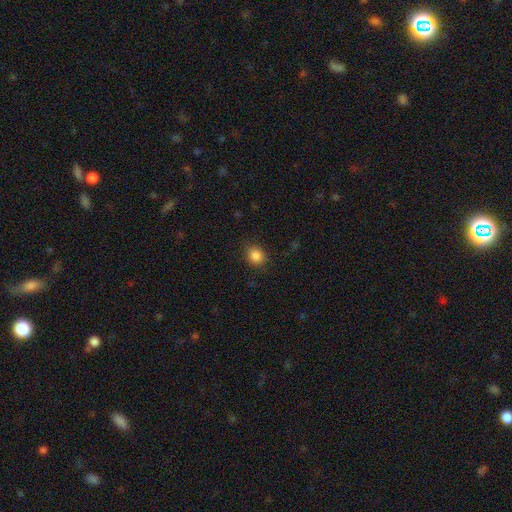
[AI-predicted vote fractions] Smooth or featured?
  - smooth: 86% *
  - star or artifact: 11%
  - featured or disk: 4%
How rounded?
  - round: 76% *
  - in between: 24%
  - cigar-shaped: 1%
Merging?
  - none: 84% *
  - minor disturbance: 11%
  - major disturbance: 3%
  - merger: 1%